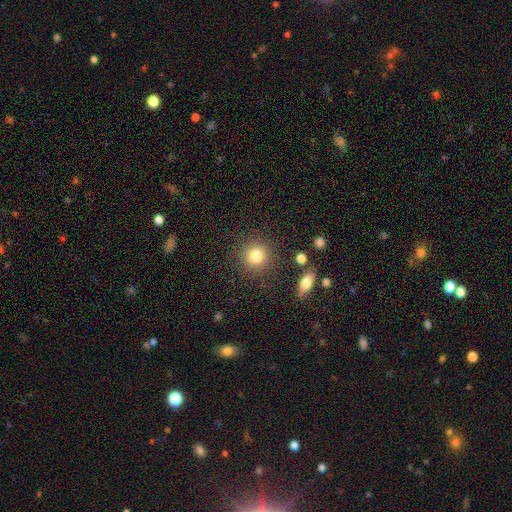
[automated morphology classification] A smooth galaxy with no disk features (82%) that is round (90%).

Vote fractions:
- Smooth or featured? smooth: 82% / star or artifact: 11% / featured or disk: 7%
- How rounded? round: 90% / in between: 9% / cigar-shaped: 1%
- Merging? none: 86% / minor disturbance: 8% / major disturbance: 4% / merger: 3%